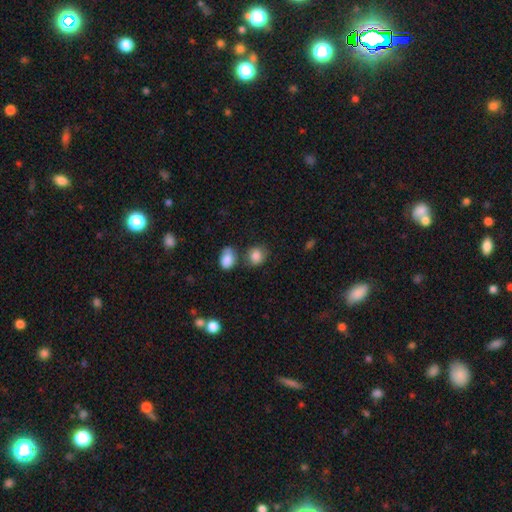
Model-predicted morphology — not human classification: This is clearly a smooth galaxy (84%). How rounded: likely round (69%). Merging: likely none (64%).